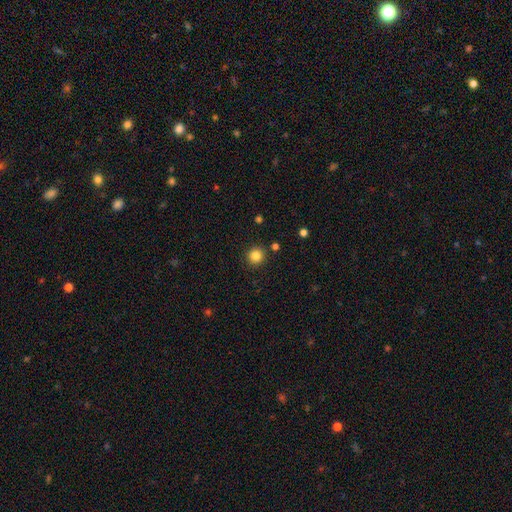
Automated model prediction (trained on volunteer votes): The model was most divided on "smooth or featured": smooth: 84%, star or artifact: 12%, featured or disk: 4%. More confident: how rounded — round (95%); merging — none (91%).